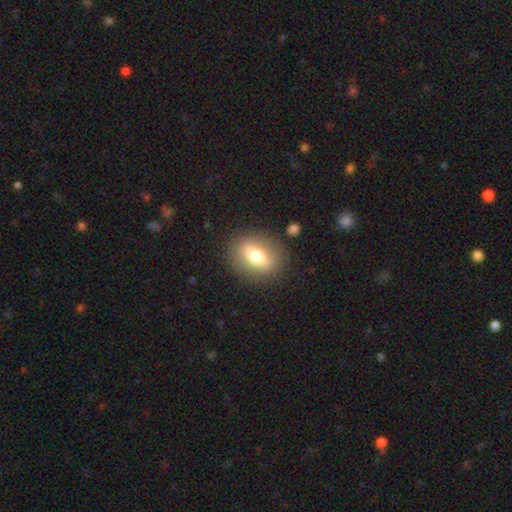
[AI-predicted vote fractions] A smooth galaxy with no disk features (64%) that is in between round and cigar-shaped (60%).

Vote fractions:
- Smooth or featured? smooth: 64% / featured or disk: 27% / star or artifact: 9%
- How rounded? in between: 60% / round: 36% / cigar-shaped: 3%
- Merging? none: 85% / minor disturbance: 9% / major disturbance: 4% / merger: 2%